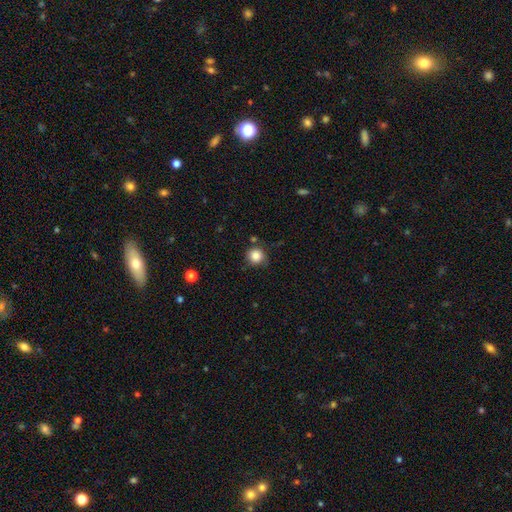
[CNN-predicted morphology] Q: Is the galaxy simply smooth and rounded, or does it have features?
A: smooth — 85%.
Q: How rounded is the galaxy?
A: round — 93%.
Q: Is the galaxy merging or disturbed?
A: none — 80%.